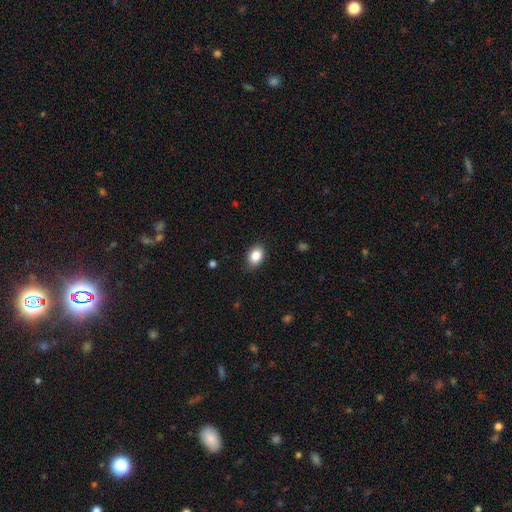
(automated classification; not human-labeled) smooth-or-featured: smooth: 86% | star or artifact: 9% | featured or disk: 6%
  how-rounded: in between: 72% | round: 26% | cigar-shaped: 1%
  merging: none: 81% | minor disturbance: 15% | major disturbance: 3% | merger: 1%